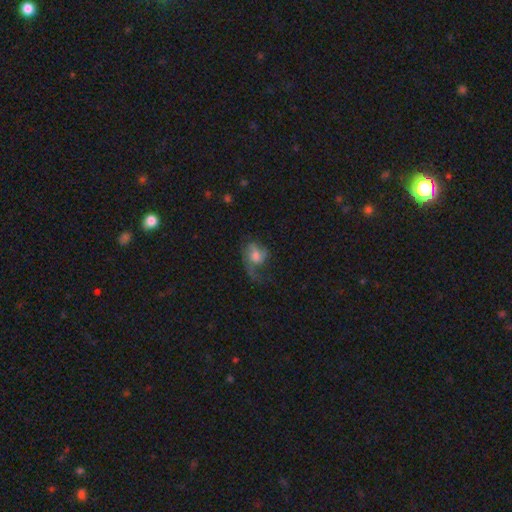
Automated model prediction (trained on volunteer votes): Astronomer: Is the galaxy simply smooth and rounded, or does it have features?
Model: featured or disk — 51% (runner-up: smooth, 41%).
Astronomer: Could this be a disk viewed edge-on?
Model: no — 96%.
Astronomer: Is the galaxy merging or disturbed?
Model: major disturbance — 48% (runner-up: none, 29%).